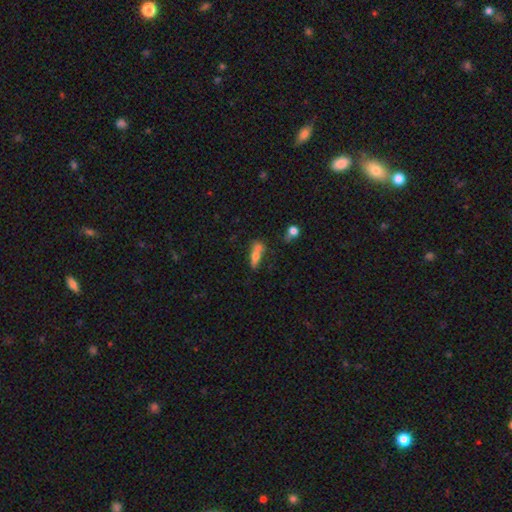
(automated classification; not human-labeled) Smooth or featured?
  - smooth: 61% *
  - featured or disk: 30%
  - star or artifact: 9%
How rounded?
  - cigar-shaped: 55% *
  - in between: 41%
  - round: 4%
Merging?
  - none: 46% *
  - minor disturbance: 23%
  - merger: 19%
  - major disturbance: 13%